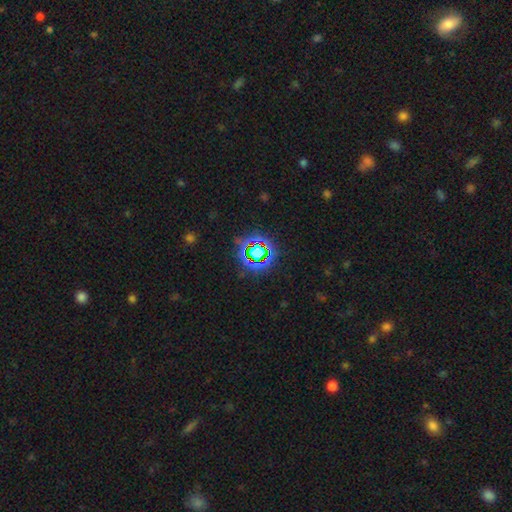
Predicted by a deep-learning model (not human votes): Q: Smooth or featured?
A: star or artifact (75%); runner-up: smooth (16%)